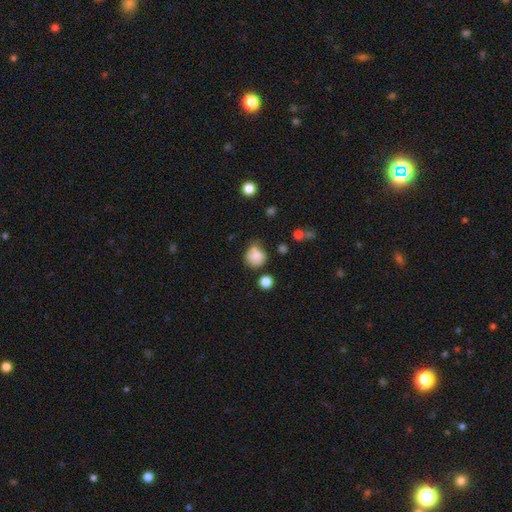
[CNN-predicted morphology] smooth_or_featured: smooth (p=0.69) [alt: featured or disk p=0.21]
how_rounded: round (p=0.73) [alt: in between p=0.26]
merging: none (p=0.50) [alt: minor disturbance p=0.29]